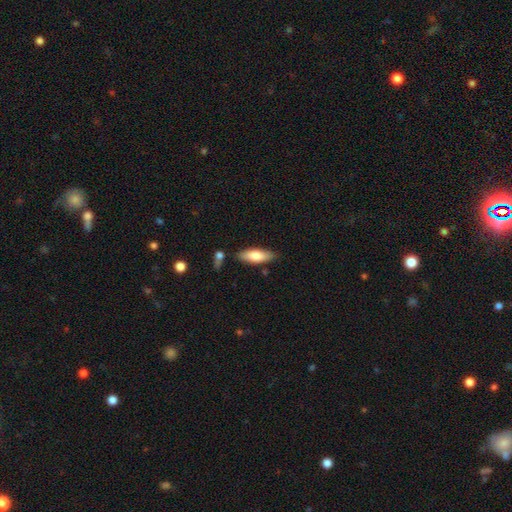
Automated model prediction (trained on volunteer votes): Q: Smooth or featured?
A: smooth (75%); runner-up: featured or disk (20%)
Q: How rounded?
A: in between (59%); runner-up: cigar-shaped (39%)
Q: Merging?
A: none (78%); runner-up: minor disturbance (13%)